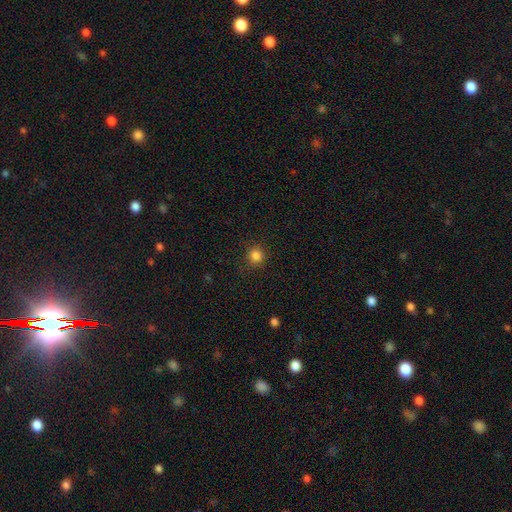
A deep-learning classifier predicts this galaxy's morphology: Smooth or featured: smooth — 83% (star or artifact — 13%)
How rounded: round — 93% (in between — 6%)
Merging: none — 90% (minor disturbance — 7%)